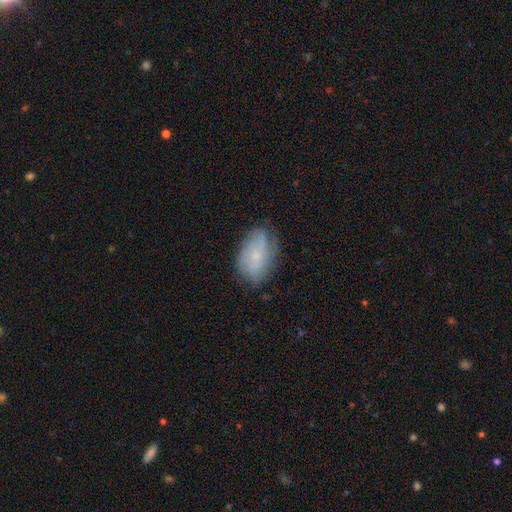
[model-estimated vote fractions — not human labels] smooth-or-featured: featured or disk: 48% | smooth: 44% | star or artifact: 8%
  merging: none: 65% | minor disturbance: 25% | major disturbance: 8% | merger: 1%